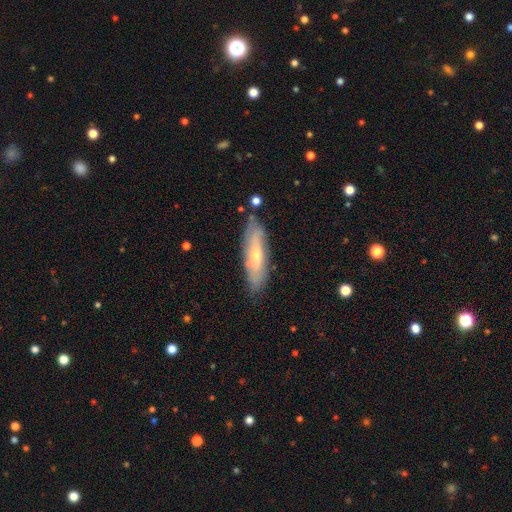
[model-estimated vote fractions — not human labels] Overall: featured or disk (54%; smooth 39%). Edge-on disk: no (56%; yes 44%). Merging: none (81%).